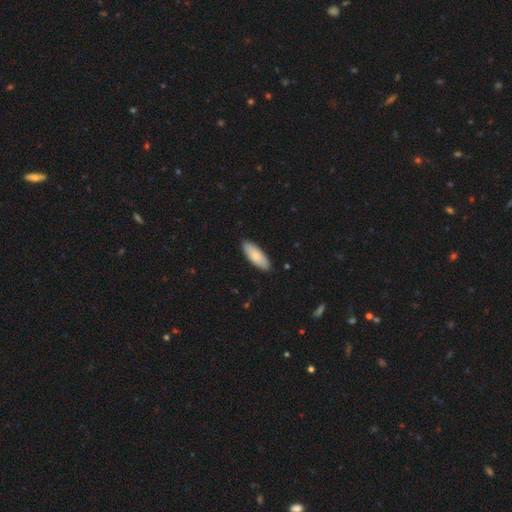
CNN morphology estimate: Smooth or featured: smooth — 83% (featured or disk — 12%)
How rounded: in between — 74% (cigar-shaped — 25%)
Merging: none — 88% (minor disturbance — 10%)